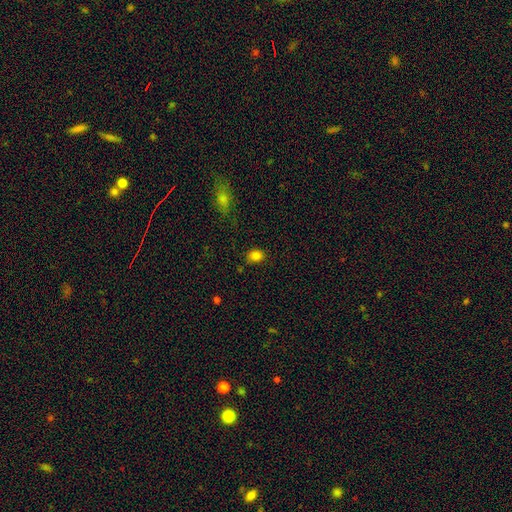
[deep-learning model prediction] Smooth or featured? Predicted: smooth (p=0.83). How rounded? Predicted: in between (p=0.52). Merging? Predicted: none (p=0.81).